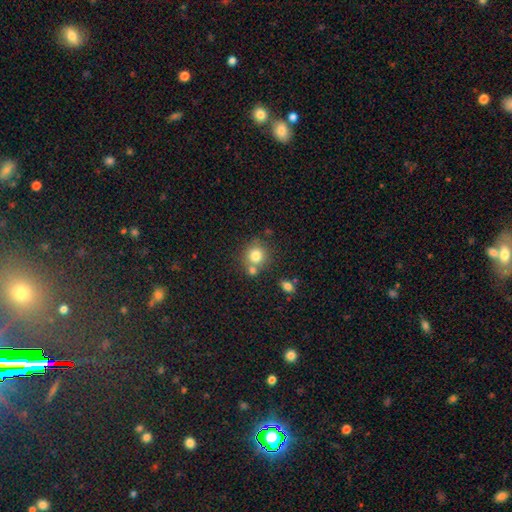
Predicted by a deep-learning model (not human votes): This appears to be a smooth galaxy with no disk features (79%) that is round (86%). Merging: none (62%).